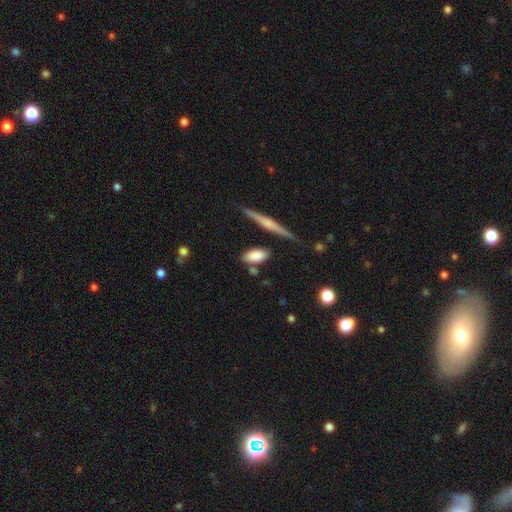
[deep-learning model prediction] smooth-or-featured: smooth: 82% | featured or disk: 11% | star or artifact: 7%
  how-rounded: in between: 86% | cigar-shaped: 10% | round: 4%
  merging: none: 72% | minor disturbance: 16% | merger: 8% | major disturbance: 4%